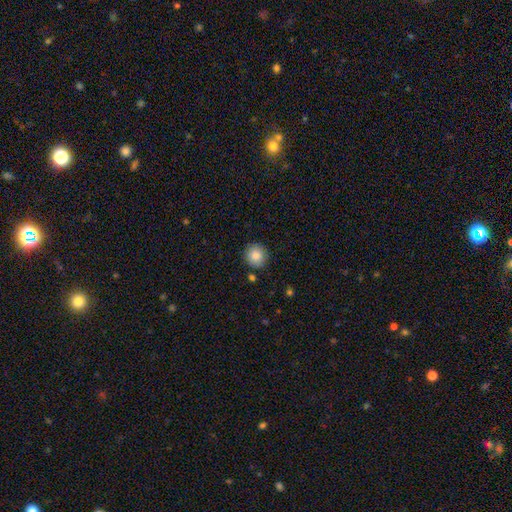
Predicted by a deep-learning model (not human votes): The model was most divided on "smooth or featured": smooth: 86%, star or artifact: 8%, featured or disk: 6%. More confident: how rounded — round (92%); merging — none (88%).